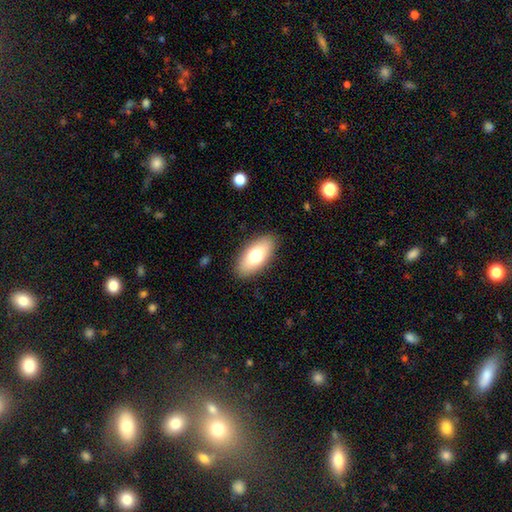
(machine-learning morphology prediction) This appears to be a smooth galaxy with no disk features (72%) that is in between round and cigar-shaped (89%). Merging: none (88%).